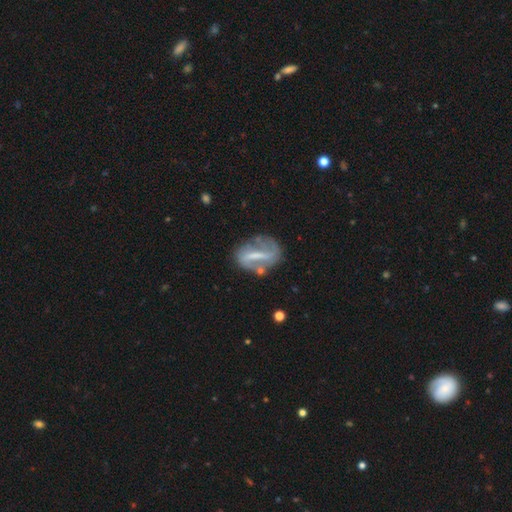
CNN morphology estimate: This appears to be a featured or disk galaxy (72%) with a strong bar (65%), spiral arms (62%) and no central bulge (35%). Merging: none (60%).